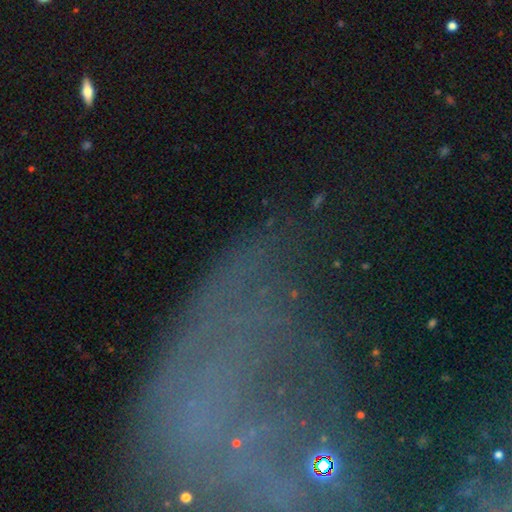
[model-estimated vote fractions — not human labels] smooth_or_featured: star or artifact (p=0.50) [alt: featured or disk p=0.31]